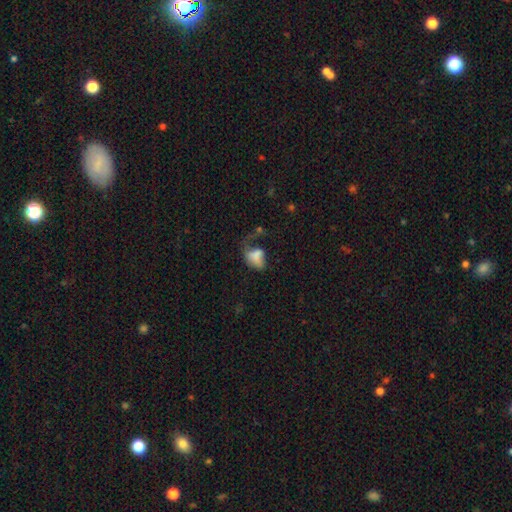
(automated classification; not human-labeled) A smooth galaxy with no disk features (67%) that is in between round and cigar-shaped (82%).

Vote fractions:
- Smooth or featured? smooth: 67% / featured or disk: 22% / star or artifact: 11%
- How rounded? in between: 82% / round: 16% / cigar-shaped: 2%
- Merging? major disturbance: 52% / none: 19% / minor disturbance: 18% / merger: 12%